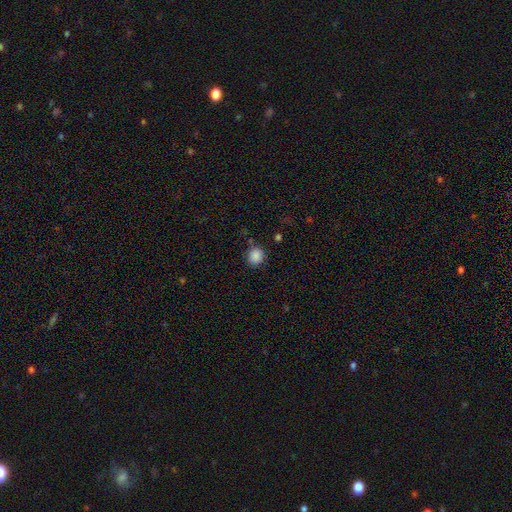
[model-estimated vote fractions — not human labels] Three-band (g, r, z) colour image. It shows a smooth galaxy with no disk features (87%) that is round (80%). Merging: none (80%).